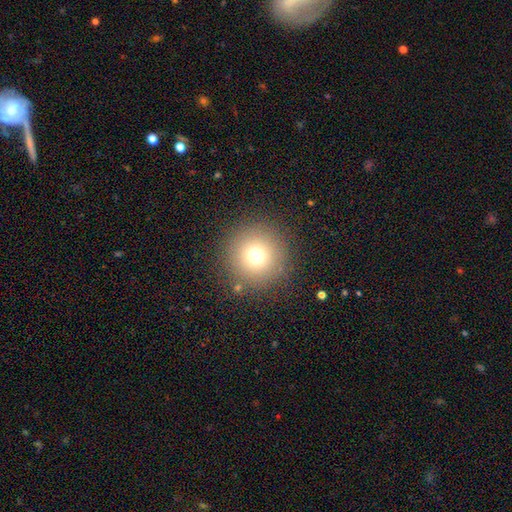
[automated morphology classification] smooth-or-featured: smooth: 72% | star or artifact: 18% | featured or disk: 10%
  how-rounded: round: 97% | in between: 2% | cigar-shaped: 1%
  merging: none: 88% | minor disturbance: 6% | major disturbance: 3% | merger: 2%